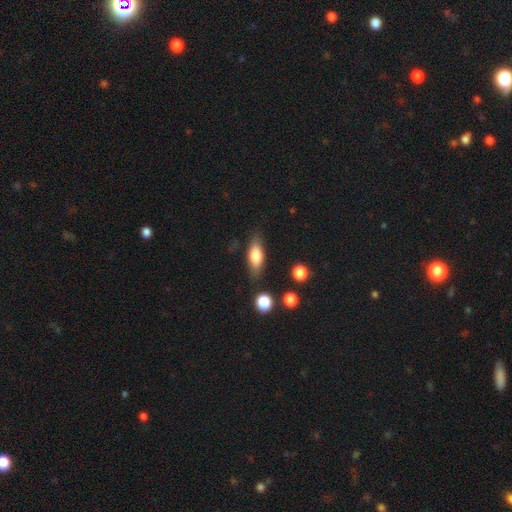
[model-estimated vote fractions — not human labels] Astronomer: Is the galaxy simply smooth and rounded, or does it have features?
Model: smooth — 74%.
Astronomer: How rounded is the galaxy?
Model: in between — 67%.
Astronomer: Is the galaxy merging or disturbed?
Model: none — 80%.